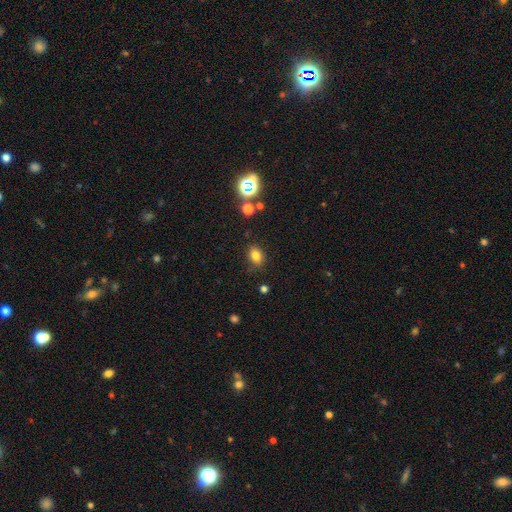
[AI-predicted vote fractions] Q: Smooth or featured?
A: smooth (77%); runner-up: star or artifact (15%)
Q: How rounded?
A: in between (65%); runner-up: round (34%)
Q: Merging?
A: none (80%); runner-up: minor disturbance (14%)